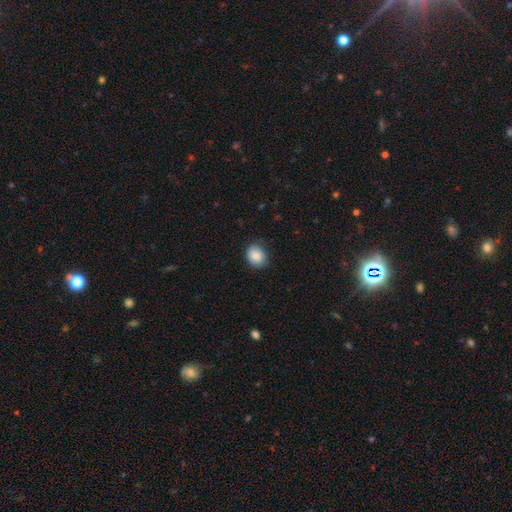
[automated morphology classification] A smooth galaxy with no disk features (85%) that is round (59%). Merging: none (72%).